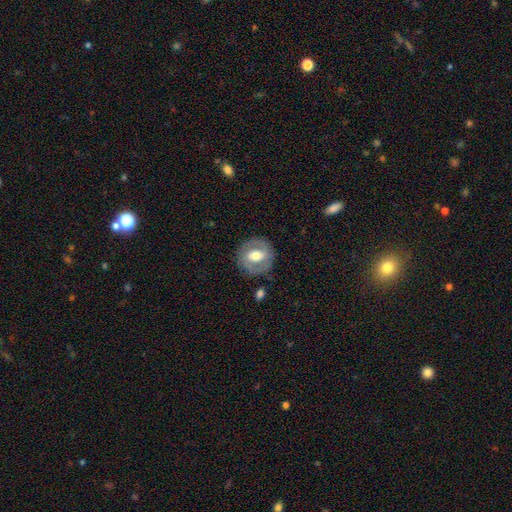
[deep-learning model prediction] The model was most divided on "bar": weak: 42%, no: 32%, strong: 26%. More confident: edge-on disk — no (95%); merging — none (83%); bulge size — moderate (66%); spiral arms — no (59%); smooth or featured — featured or disk (53%).